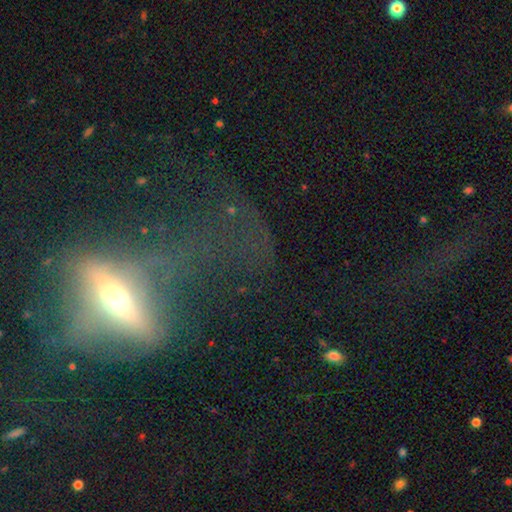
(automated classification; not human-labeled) Smooth or featured?
  - featured or disk: 54% *
  - smooth: 26%
  - star or artifact: 21%
Edge-on disk?
  - yes: 52% *
  - no: 48%
Merging?
  - major disturbance: 46% *
  - none: 34%
  - minor disturbance: 13%
  - merger: 7%